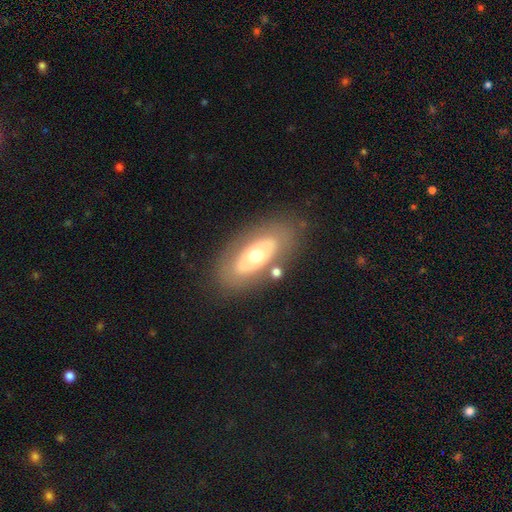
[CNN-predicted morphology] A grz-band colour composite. It shows a featured or disk galaxy (53%). Merging: none (79%).